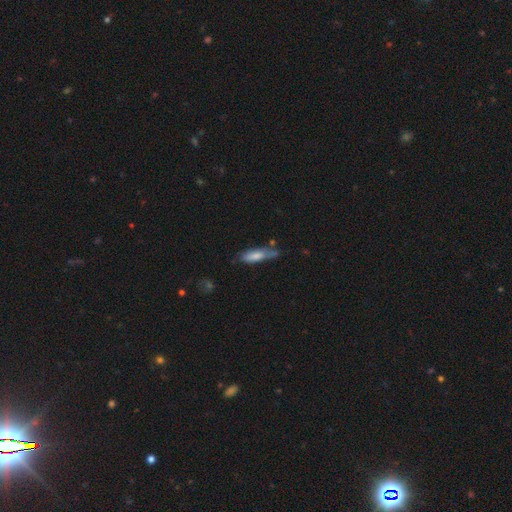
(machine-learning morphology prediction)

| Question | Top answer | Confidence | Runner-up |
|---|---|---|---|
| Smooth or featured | smooth | 73% | featured or disk (21%) |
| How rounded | cigar-shaped | 61% | in between (37%) |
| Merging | none | 52% | minor disturbance (32%) |